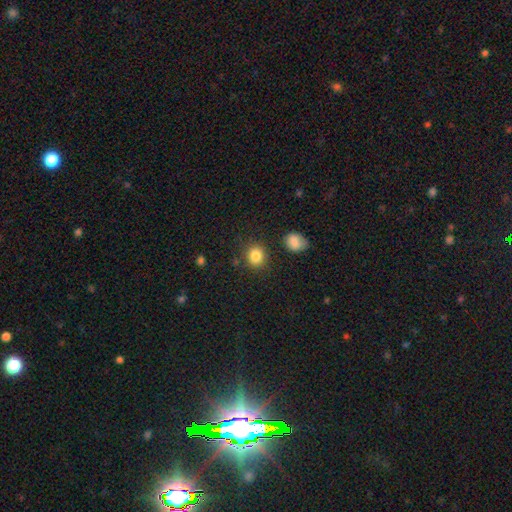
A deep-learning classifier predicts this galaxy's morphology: This appears to be a smooth galaxy with no disk features (85%) that is round (82%). Merging: none (86%).